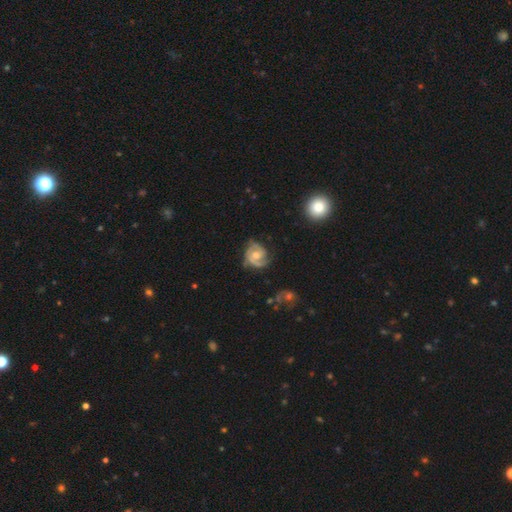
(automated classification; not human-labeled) A featured or disk galaxy (81%) with no bar (60%), 2 (66%) tight (48%) spiral arms (95%) and a moderate central bulge (61%).

Vote fractions:
- Smooth or featured? featured or disk: 81% / smooth: 13% / star or artifact: 6%
- Edge-on disk? no: 98% / yes: 2%
- Bar? no: 60% / weak: 33% / strong: 7%
- Spiral arms? yes: 95% / no: 5%
- Spiral winding? tight: 48% / medium: 41% / loose: 11%
- Spiral arm count? 2: 66% / 3: 13% / can't tell: 10% / 1: 6% / 4: 2% / more than 4: 2%
- Bulge size? moderate: 61% / small: 29% / large: 5% / none: 4% / dominant: 1%
- Merging? none: 63% / minor disturbance: 24% / major disturbance: 11% / merger: 2%